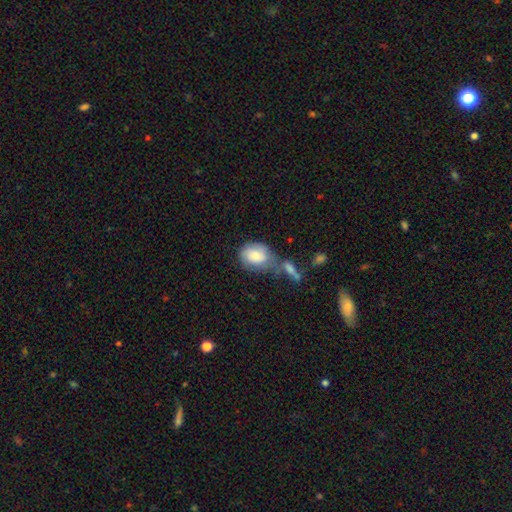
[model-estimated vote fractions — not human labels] Q: Smooth or featured?
A: smooth (78%); runner-up: featured or disk (15%)
Q: How rounded?
A: in between (76%); runner-up: round (23%)
Q: Merging?
A: merger (34%); runner-up: none (33%)